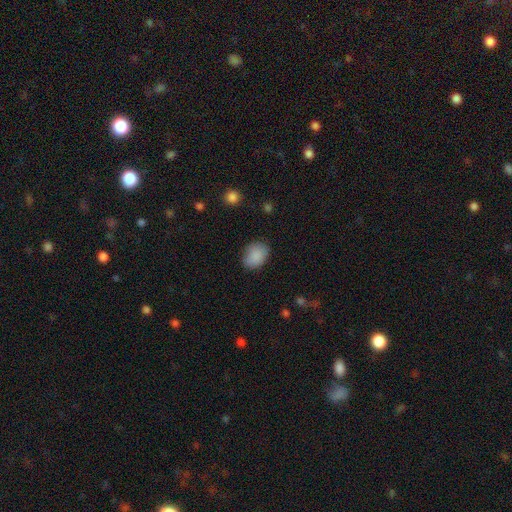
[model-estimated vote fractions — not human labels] smooth_or_featured: smooth (p=0.88) [alt: star or artifact p=0.08]
how_rounded: in between (p=0.73) [alt: round p=0.26]
merging: none (p=0.79) [alt: minor disturbance p=0.16]